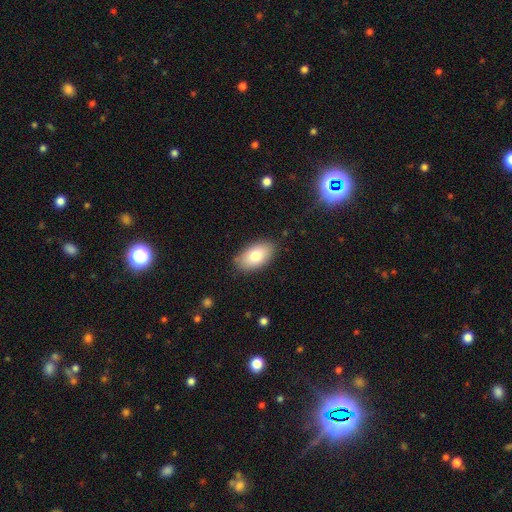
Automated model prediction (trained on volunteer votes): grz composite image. It shows a smooth galaxy with no disk features (79%) that is in between round and cigar-shaped (94%). Merging: none (84%).